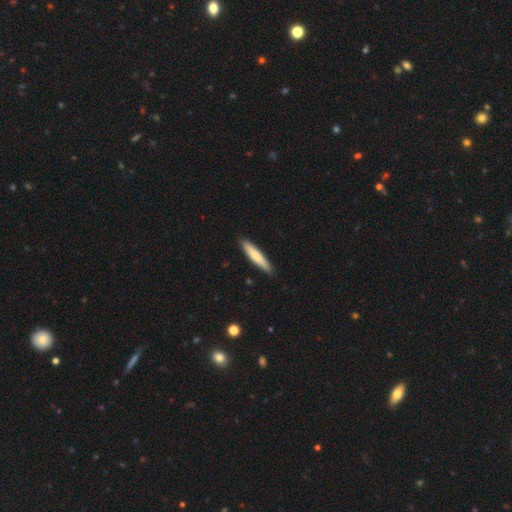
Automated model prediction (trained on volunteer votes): This appears to be a smooth galaxy with no disk features (67%) that is cigar-shaped (89%). Merging: none (90%).